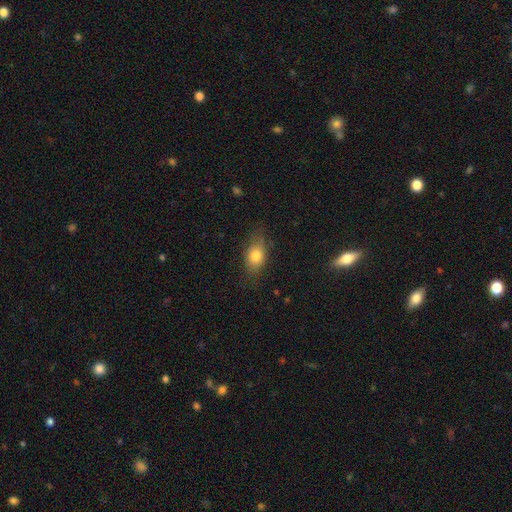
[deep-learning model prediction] Morphology: type=smooth (78%); roundness=in between (78%); merging=none (73%).